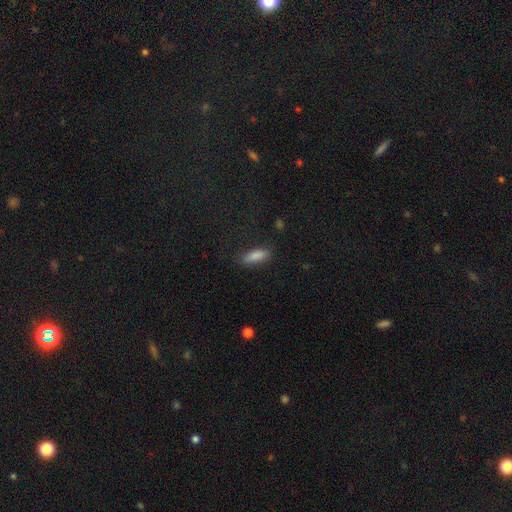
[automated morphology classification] smooth_or_featured: smooth (p=0.85) [alt: star or artifact p=0.08]
how_rounded: in between (p=0.54) [alt: cigar-shaped p=0.44]
merging: none (p=0.81) [alt: minor disturbance p=0.14]